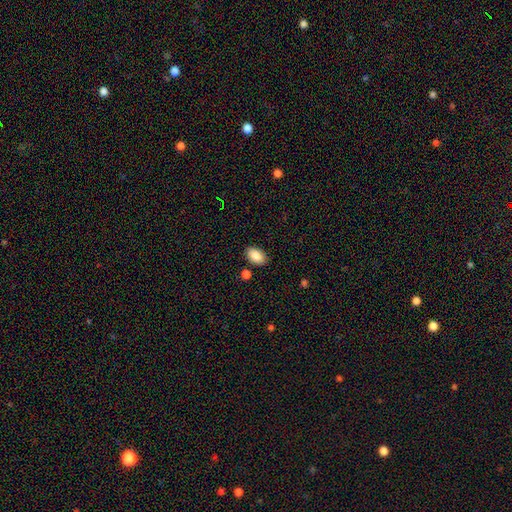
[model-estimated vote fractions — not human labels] Overall: smooth (87%). How rounded: in between (92%). Merging: none (86%).